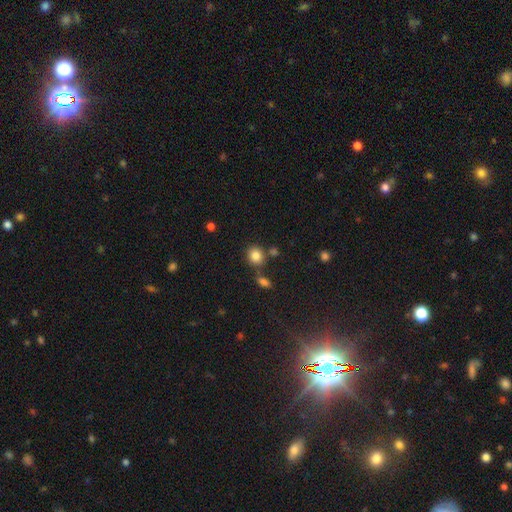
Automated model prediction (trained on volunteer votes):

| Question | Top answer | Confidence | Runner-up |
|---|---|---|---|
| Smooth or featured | smooth | 84% | star or artifact (10%) |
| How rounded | round | 77% | in between (21%) |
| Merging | none | 73% | merger (12%) |